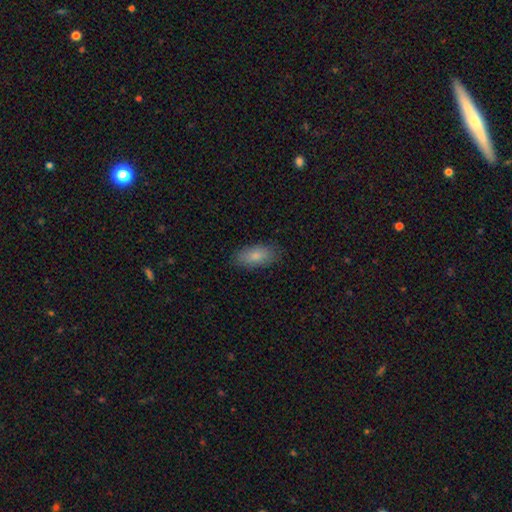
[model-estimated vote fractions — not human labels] smooth 83%, featured or disk 11%, star or artifact 7%. Down the decision tree: how rounded — in between (89%); merging — none (84%).